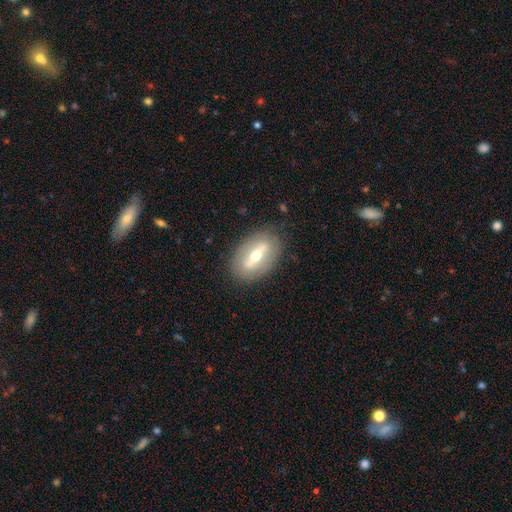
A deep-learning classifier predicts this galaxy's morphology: Q: Smooth or featured?
A: featured or disk (62%); runner-up: smooth (31%)
Q: Edge-on disk?
A: no (70%); runner-up: yes (30%)
Q: Merging?
A: none (83%); runner-up: minor disturbance (12%)